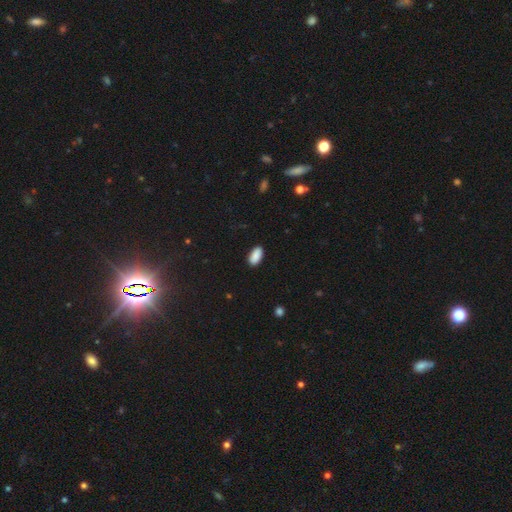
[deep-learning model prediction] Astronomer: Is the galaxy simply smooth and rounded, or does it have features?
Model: smooth — 90%.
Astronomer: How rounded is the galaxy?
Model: in between — 93%.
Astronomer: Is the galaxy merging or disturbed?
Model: none — 88%.